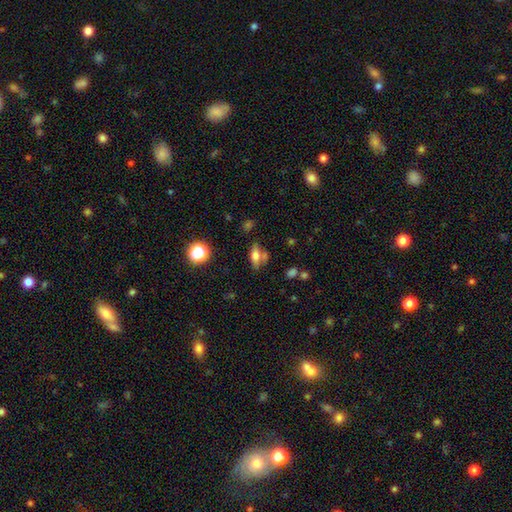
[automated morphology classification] smooth 63%, featured or disk 24%, star or artifact 13%. Down the decision tree: how rounded — in between (74%); merging — none (55%).